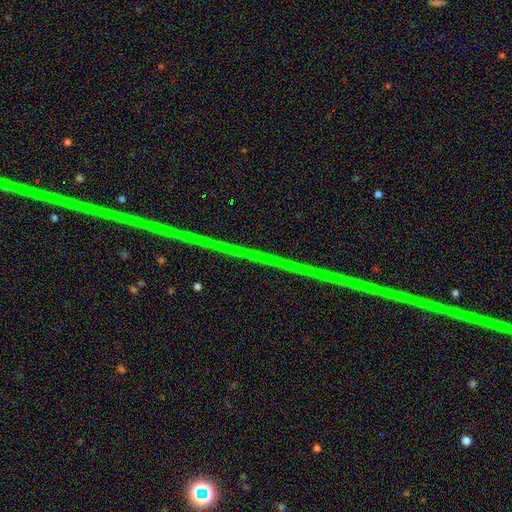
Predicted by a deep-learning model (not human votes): The model was most divided on "smooth or featured": star or artifact: 79%, featured or disk: 14%, smooth: 7%.